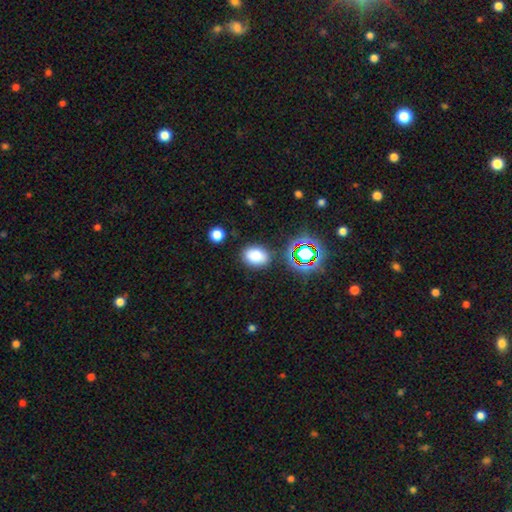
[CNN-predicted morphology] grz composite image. It shows a smooth galaxy with no disk features (79%) that is in between round and cigar-shaped (78%). Merging: none (81%).